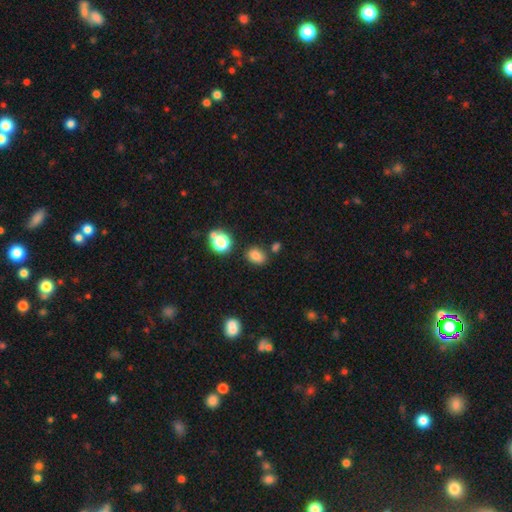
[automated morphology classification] Smooth or featured?
  - smooth: 79% *
  - star or artifact: 15%
  - featured or disk: 6%
How rounded?
  - in between: 69% *
  - round: 30%
  - cigar-shaped: 1%
Merging?
  - none: 77% *
  - minor disturbance: 12%
  - merger: 7%
  - major disturbance: 4%